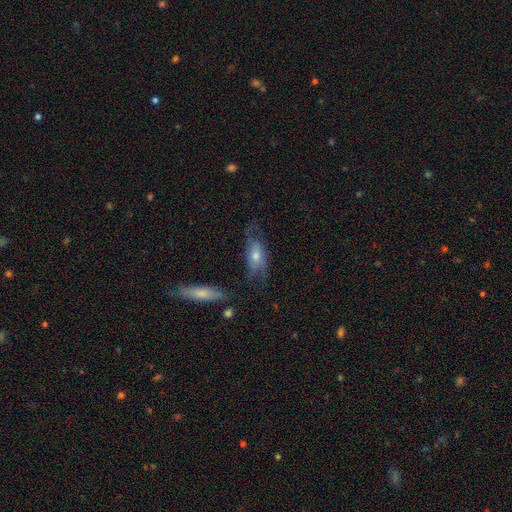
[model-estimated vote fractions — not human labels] Smooth or featured? featured or disk (52%)
Edge-on disk? no (72%)
Merging? none (55%)